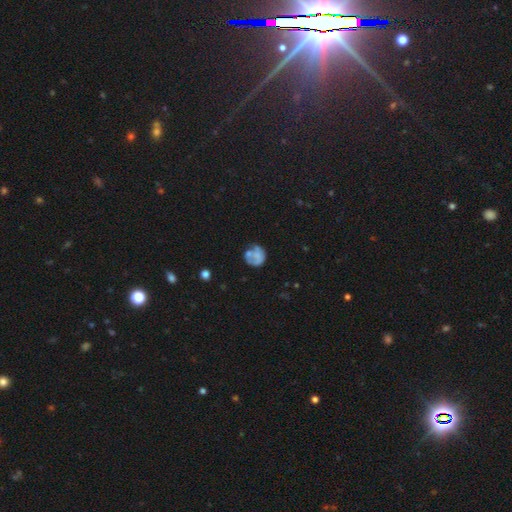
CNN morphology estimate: Smooth or featured? smooth (50%)
Merging? none (42%)